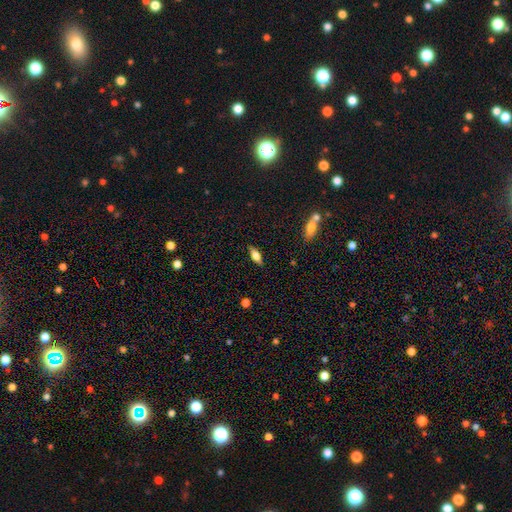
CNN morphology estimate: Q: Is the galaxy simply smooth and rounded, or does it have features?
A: smooth — 59%.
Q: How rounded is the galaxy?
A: in between — 66%.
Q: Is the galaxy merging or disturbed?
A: none — 85%.